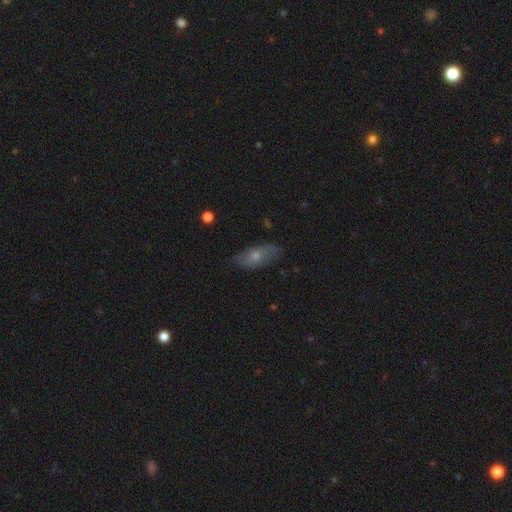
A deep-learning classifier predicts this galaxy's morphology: A smooth galaxy with no disk features (52%) that is in between round and cigar-shaped (71%). Merging: none (80%).